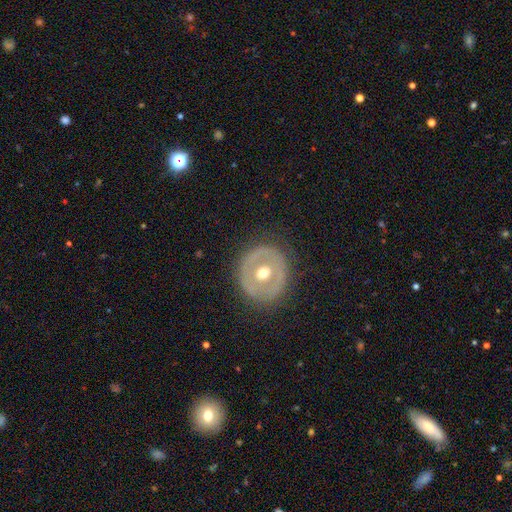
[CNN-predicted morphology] featured or disk 59%, smooth 34%, star or artifact 7%. Down the decision tree: edge-on disk — no (93%); bar — no (76%); spiral arms — no (87%); bulge size — moderate (76%); merging — none (86%).